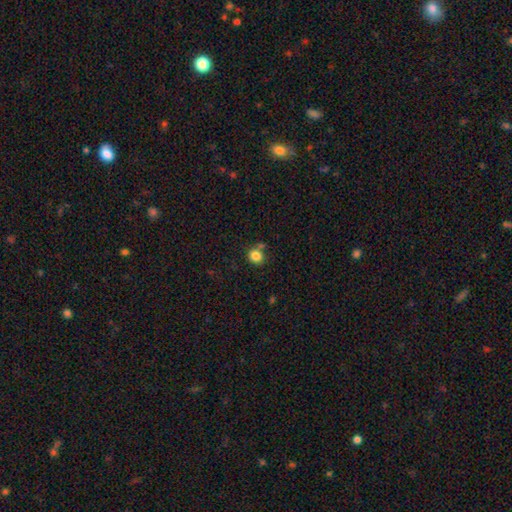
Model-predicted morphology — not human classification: smooth_or_featured: smooth (p=0.83) [alt: star or artifact p=0.11]
how_rounded: round (p=0.73) [alt: in between p=0.26]
merging: none (p=0.70) [alt: merger p=0.13]